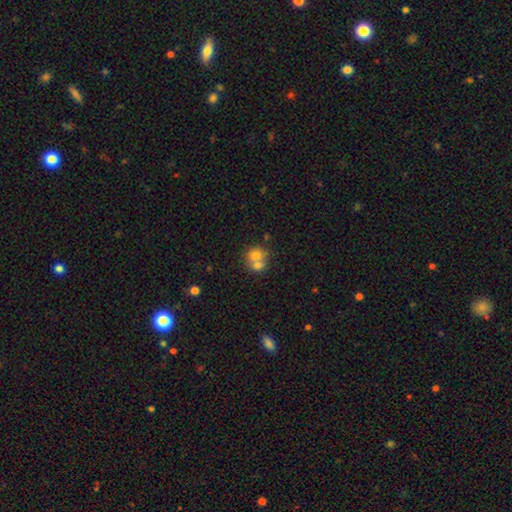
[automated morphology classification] smooth-or-featured: smooth: 71% | featured or disk: 19% | star or artifact: 10%
  how-rounded: round: 71% | in between: 28% | cigar-shaped: 1%
  merging: merger: 61% | none: 29% | minor disturbance: 6% | major disturbance: 3%